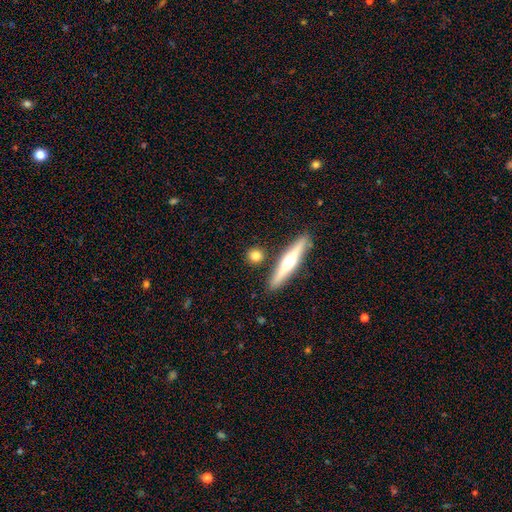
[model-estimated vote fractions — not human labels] Overall: smooth (67%). How rounded: round (64%). Merging: none (85%).